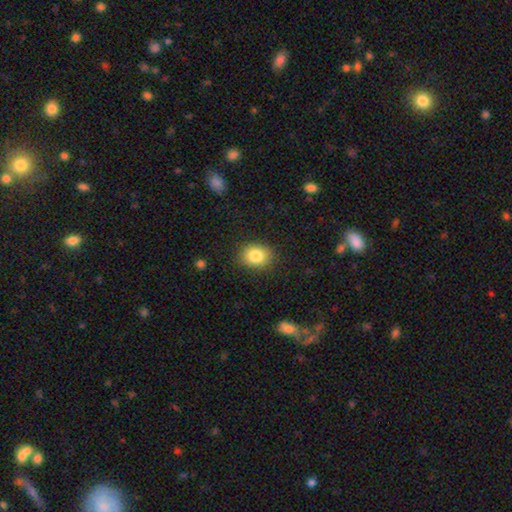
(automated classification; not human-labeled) smooth-or-featured: smooth: 84% | star or artifact: 9% | featured or disk: 7%
  how-rounded: round: 50% | in between: 49% | cigar-shaped: 1%
  merging: none: 86% | minor disturbance: 10% | major disturbance: 3% | merger: 1%